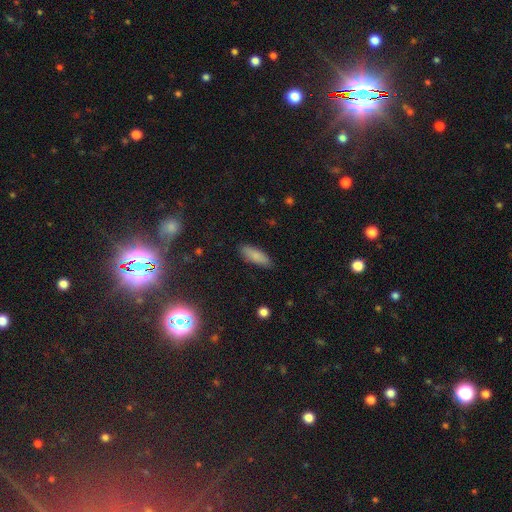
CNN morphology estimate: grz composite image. It shows a smooth galaxy with no disk features (84%) that is in between round and cigar-shaped (61%). Merging: none (86%).